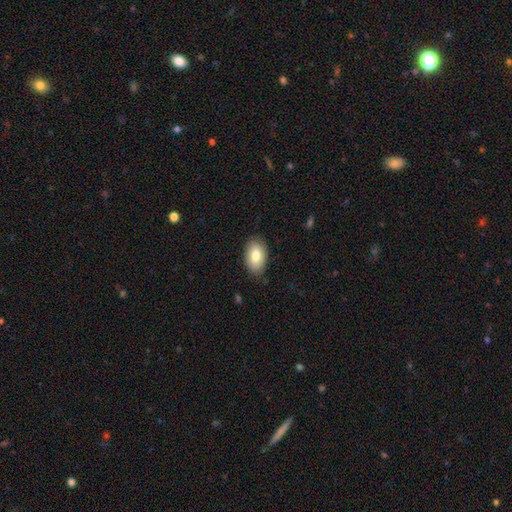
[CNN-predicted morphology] smooth-or-featured: smooth: 77% | featured or disk: 16% | star or artifact: 7%
  how-rounded: in between: 92% | round: 7% | cigar-shaped: 1%
  merging: none: 82% | minor disturbance: 15% | major disturbance: 3% | merger: 1%